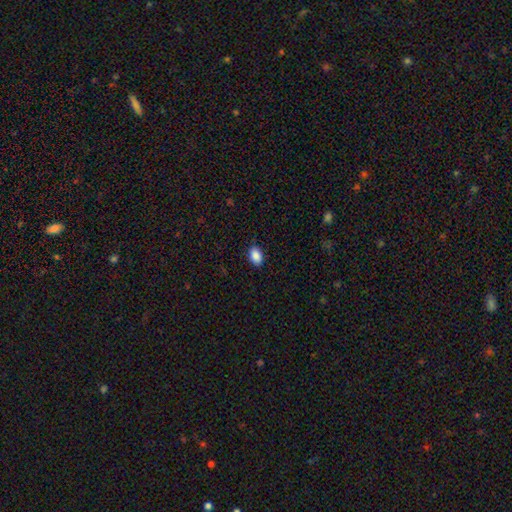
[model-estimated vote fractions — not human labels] A smooth galaxy with no disk features (89%) that is in between round and cigar-shaped (87%).

Vote fractions:
- Smooth or featured? smooth: 89% / star or artifact: 8% / featured or disk: 3%
- How rounded? in between: 87% / round: 12% / cigar-shaped: 1%
- Merging? none: 87% / minor disturbance: 10% / major disturbance: 2% / merger: 1%